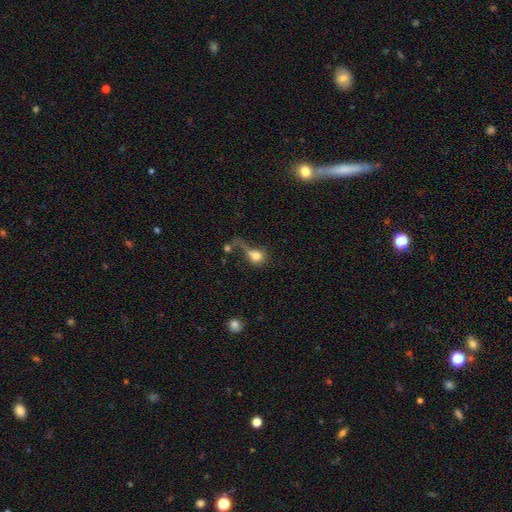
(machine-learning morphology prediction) smooth_or_featured: smooth (p=0.73) [alt: featured or disk p=0.16]
how_rounded: round (p=0.71) [alt: in between p=0.26]
merging: major disturbance (p=0.32) [alt: merger p=0.27]